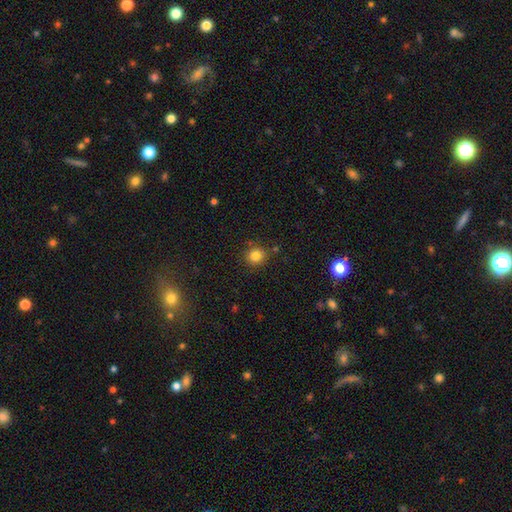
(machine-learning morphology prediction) smooth 82%, star or artifact 12%, featured or disk 5%. Down the decision tree: how rounded — round (89%); merging — none (85%).